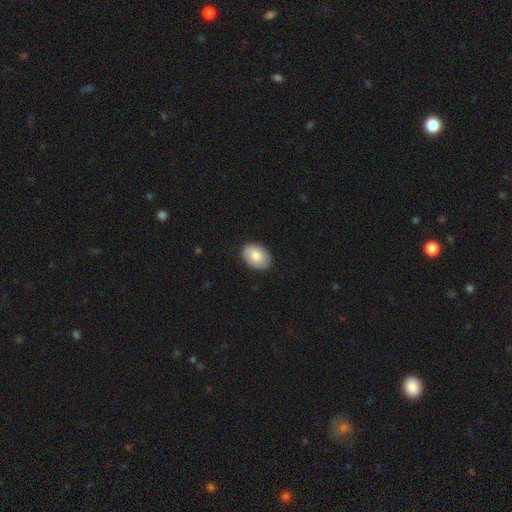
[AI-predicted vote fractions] Smooth or featured? smooth (82%)
How rounded? in between (80%)
Merging? none (87%)